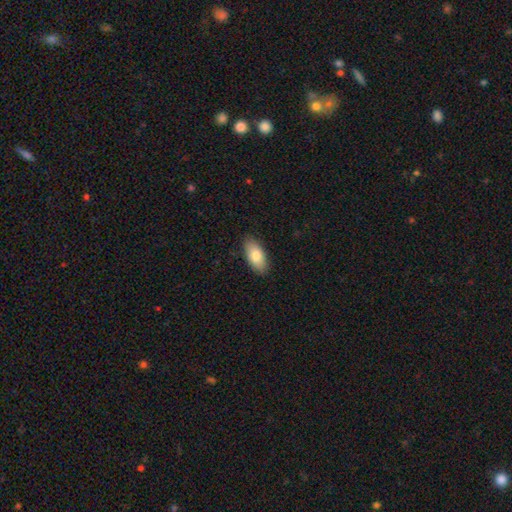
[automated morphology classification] smooth_or_featured: smooth (p=0.81) [alt: featured or disk p=0.12]
how_rounded: in between (p=0.90) [alt: cigar-shaped p=0.07]
merging: none (p=0.88) [alt: minor disturbance p=0.09]